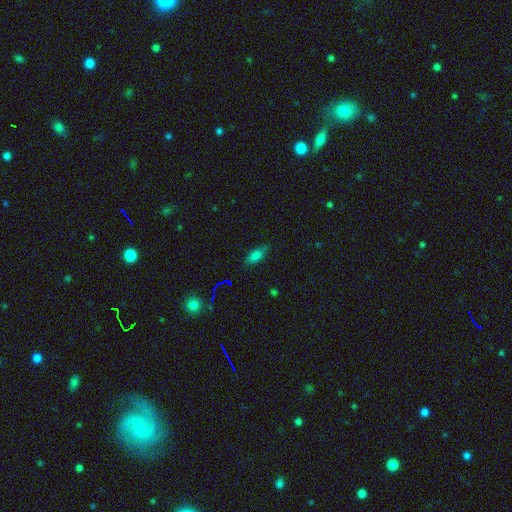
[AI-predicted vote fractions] A smooth galaxy with no disk features (69%) that is in between round and cigar-shaped (75%). Merging: none (75%).